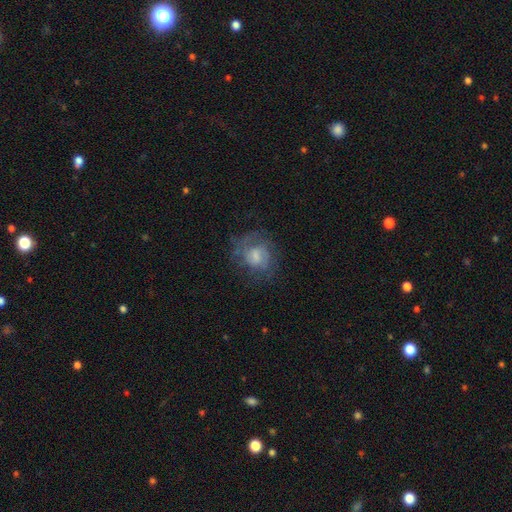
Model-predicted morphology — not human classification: This is possibly a featured or disk galaxy (52%). It is clearly not viewed edge-on (97%). Bar: possibly no (56%). Spiral arm pattern: likely yes (71%). Central bulge: marginally moderate (38%). Merging: likely none (62%).